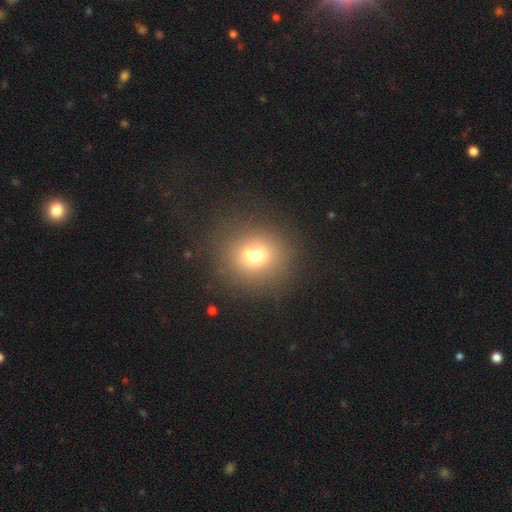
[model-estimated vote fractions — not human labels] Overall: smooth (67%). How rounded: round (85%). Merging: none (74%).